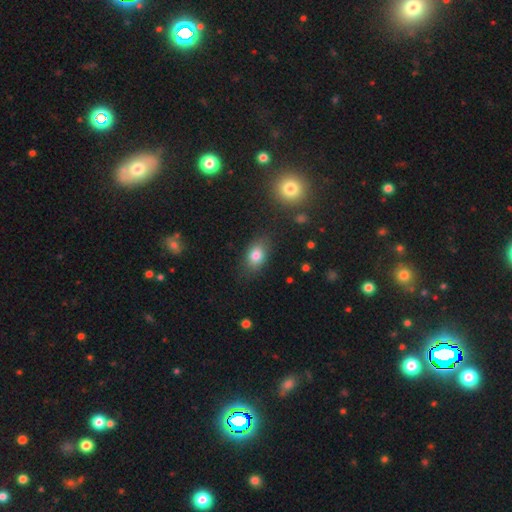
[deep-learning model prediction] This is clearly a smooth galaxy (81%). How rounded: clearly in between (81%). Merging: clearly none (80%).